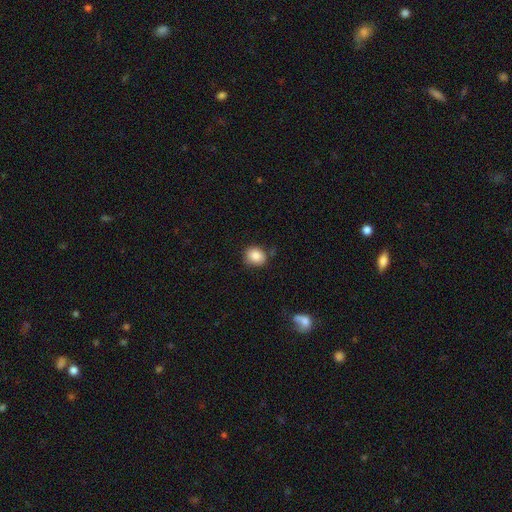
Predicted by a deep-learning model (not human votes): smooth 84%, star or artifact 9%, featured or disk 7%. Down the decision tree: how rounded — round (72%); merging — none (78%).